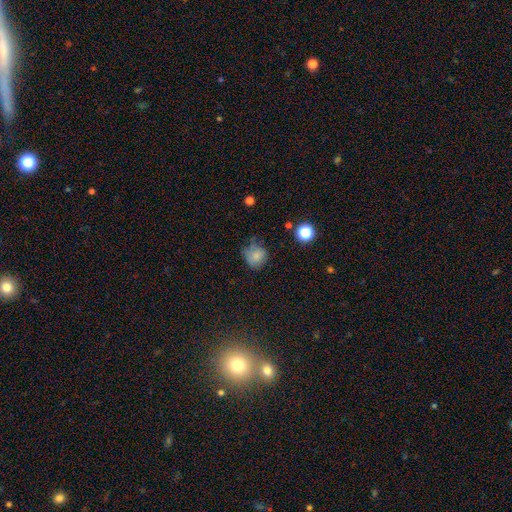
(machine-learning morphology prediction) smooth 77%, star or artifact 13%, featured or disk 11%. Down the decision tree: how rounded — round (79%); merging — none (53%).